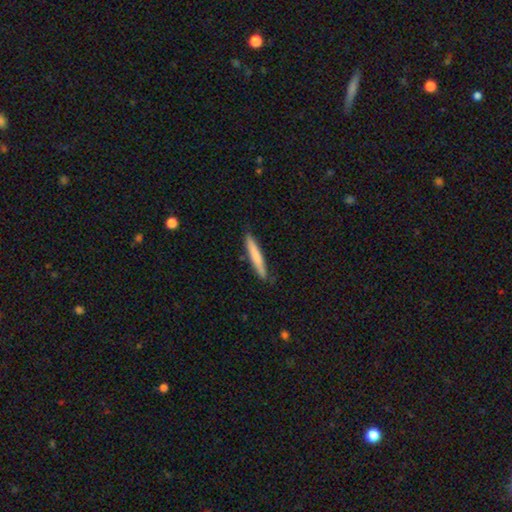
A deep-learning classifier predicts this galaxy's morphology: smooth 72%, featured or disk 22%, star or artifact 5%. Down the decision tree: how rounded — cigar-shaped (94%); merging — none (86%).